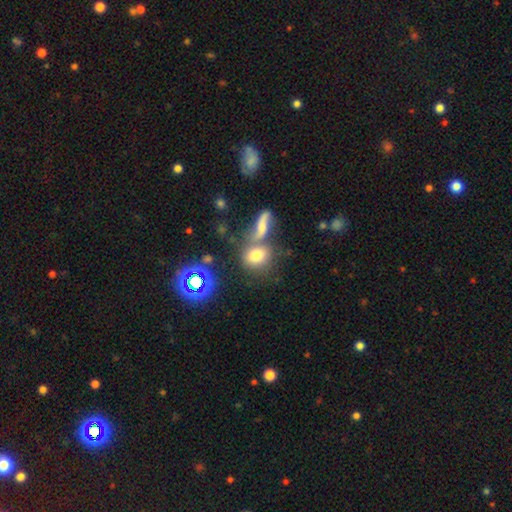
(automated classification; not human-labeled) smooth-or-featured: smooth: 71% | star or artifact: 15% | featured or disk: 13%
  how-rounded: round: 60% | in between: 37% | cigar-shaped: 3%
  merging: none: 45% | merger: 38% | minor disturbance: 11% | major disturbance: 6%